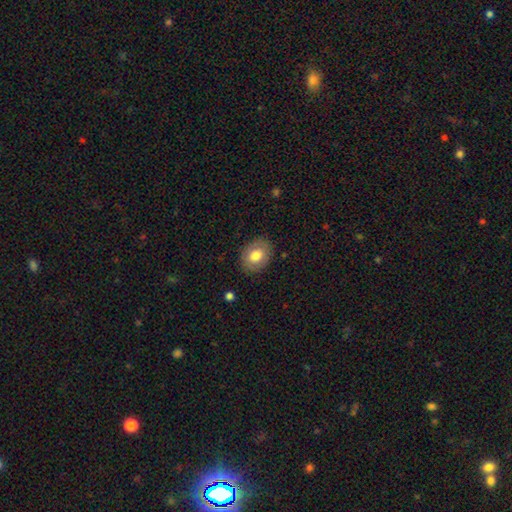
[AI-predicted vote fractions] A smooth galaxy with no disk features (74%) that is in between round and cigar-shaped (62%).

Vote fractions:
- Smooth or featured? smooth: 74% / featured or disk: 19% / star or artifact: 7%
- How rounded? in between: 62% / round: 37% / cigar-shaped: 1%
- Merging? none: 84% / minor disturbance: 11% / major disturbance: 3% / merger: 1%